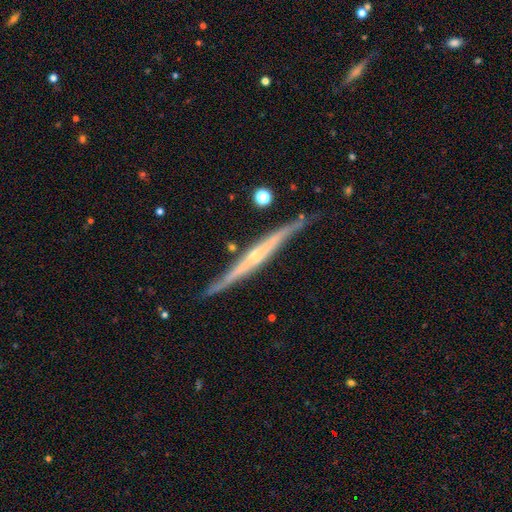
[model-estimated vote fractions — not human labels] Smooth or featured? featured or disk (80%)
Edge-on disk? yes (97%)
Edge-on bulge? rounded (64%)
Merging? none (79%)